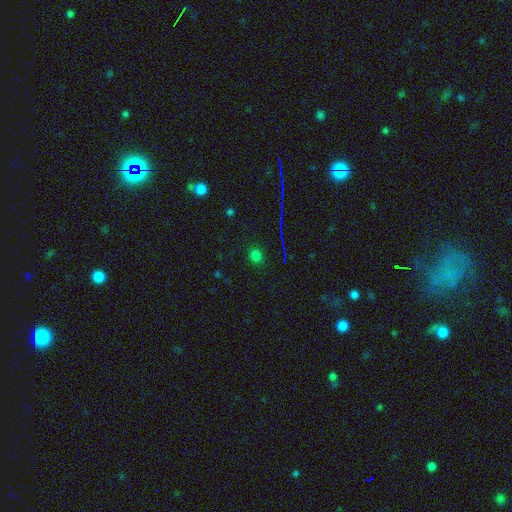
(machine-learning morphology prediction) Smooth or featured? Predicted: smooth (p=0.69). How rounded? Predicted: round (p=0.72). Merging? Predicted: none (p=0.86).